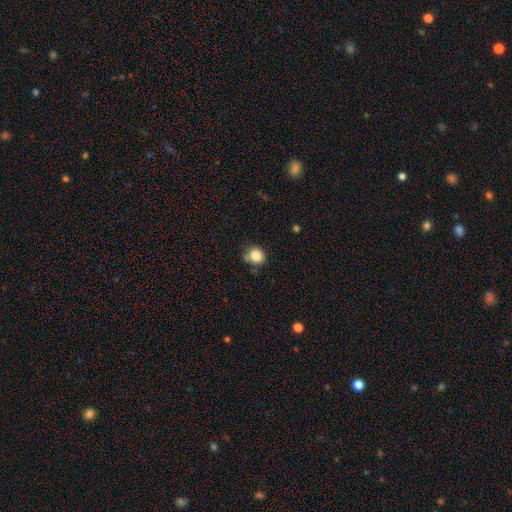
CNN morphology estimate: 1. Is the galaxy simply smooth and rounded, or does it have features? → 84% smooth, 10% star or artifact, 5% featured or disk.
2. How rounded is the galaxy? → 79% round, 20% in between, 1% cigar-shaped.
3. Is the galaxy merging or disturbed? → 71% none, 19% minor disturbance, 6% merger, 4% major disturbance.